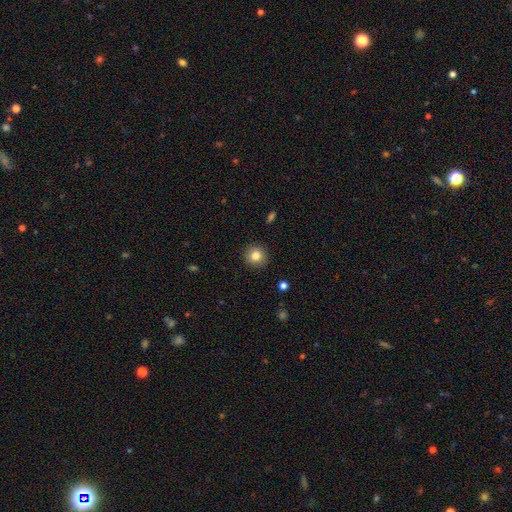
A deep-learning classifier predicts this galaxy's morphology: Smooth or featured? smooth (83%)
How rounded? round (91%)
Merging? none (91%)